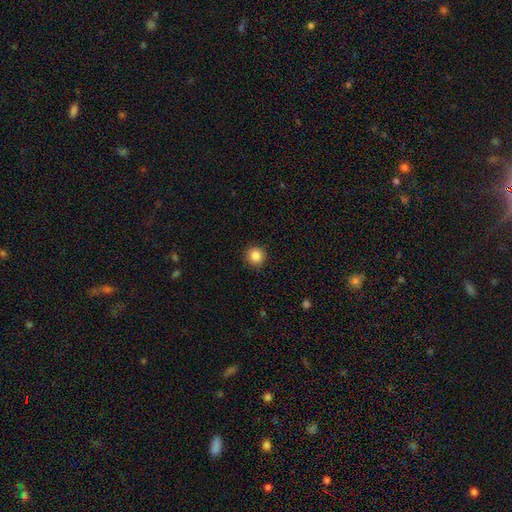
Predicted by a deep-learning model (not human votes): Smooth or featured?
  - smooth: 85% *
  - star or artifact: 10%
  - featured or disk: 5%
How rounded?
  - round: 94% *
  - in between: 5%
  - cigar-shaped: 1%
Merging?
  - none: 92% *
  - minor disturbance: 5%
  - major disturbance: 2%
  - merger: 1%